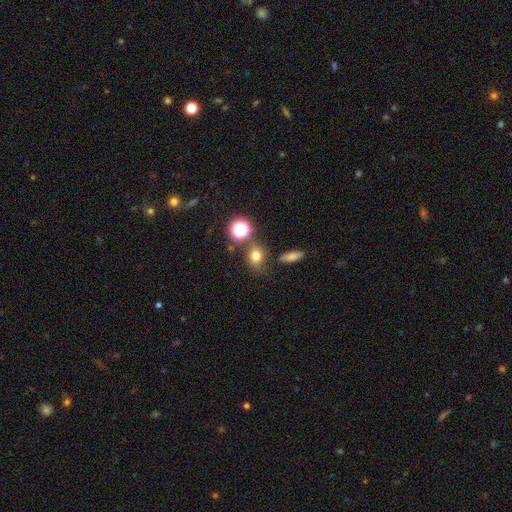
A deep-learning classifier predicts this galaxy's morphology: This appears to be a smooth galaxy with no disk features (72%) that is round (57%). Merging: none (73%).